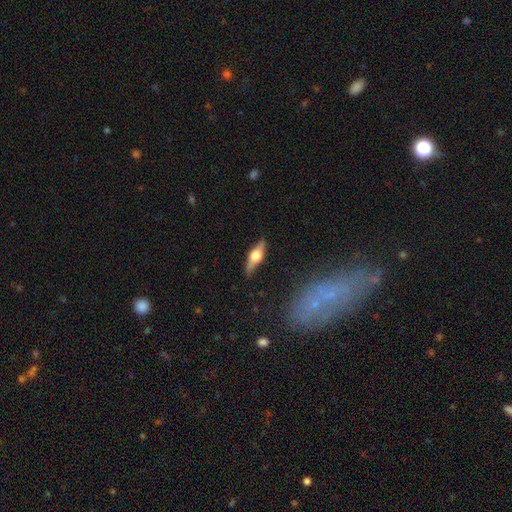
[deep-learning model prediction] A featured or disk galaxy (66%) viewed edge-on (94%) with a rounded central bulge (94%). Merging: none (85%).